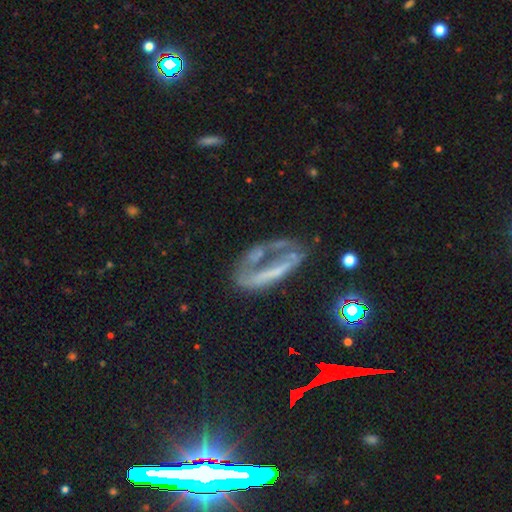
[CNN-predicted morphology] featured or disk 60%, smooth 26%, star or artifact 14%. Down the decision tree: edge-on disk — no (86%); bar — no (60%); spiral arms — no (70%); bulge size — none (67%); merging — major disturbance (43%).